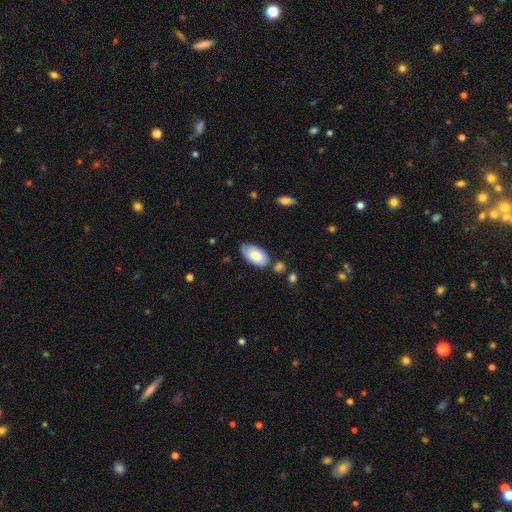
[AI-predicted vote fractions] This is likely a smooth galaxy (78%). How rounded: clearly in between (95%). Merging: likely none (69%).